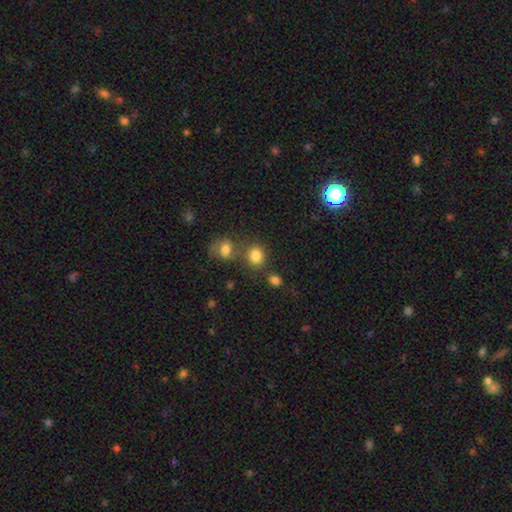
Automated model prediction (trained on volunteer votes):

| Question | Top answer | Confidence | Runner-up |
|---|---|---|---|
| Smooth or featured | smooth | 81% | star or artifact (12%) |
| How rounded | round | 70% | in between (29%) |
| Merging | none | 56% | merger (28%) |